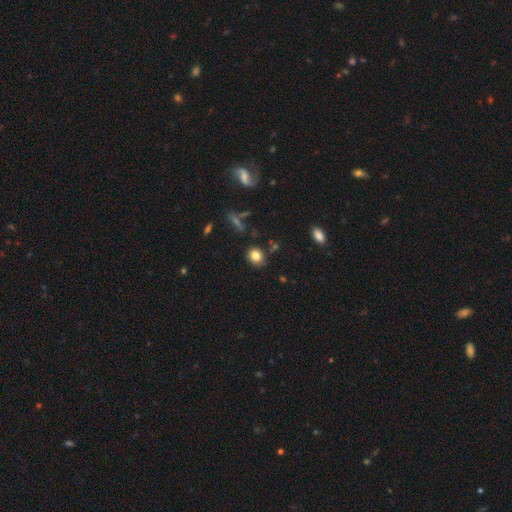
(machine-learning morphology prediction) Smooth or featured: smooth — 81% (star or artifact — 11%)
How rounded: round — 62% (in between — 36%)
Merging: none — 81% (minor disturbance — 13%)